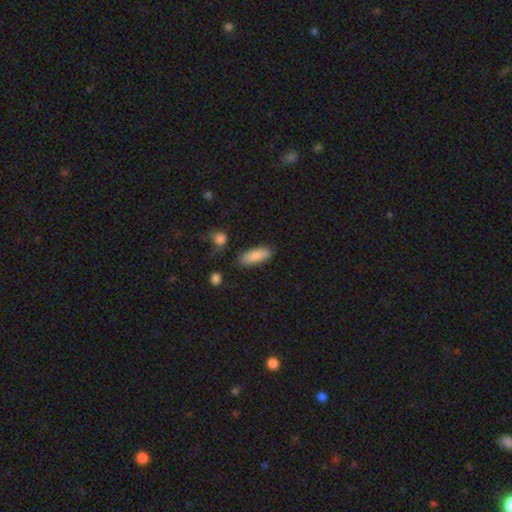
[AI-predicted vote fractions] A smooth galaxy with no disk features (86%) that is in between round and cigar-shaped (73%). Merging: none (81%).